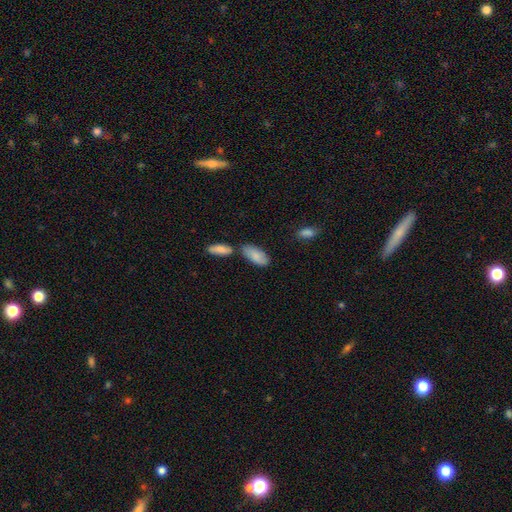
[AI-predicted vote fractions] The model was most divided on "merging": none: 60%, merger: 21%, minor disturbance: 16%, major disturbance: 4%. More confident: how rounded — in between (87%); smooth or featured — smooth (84%).